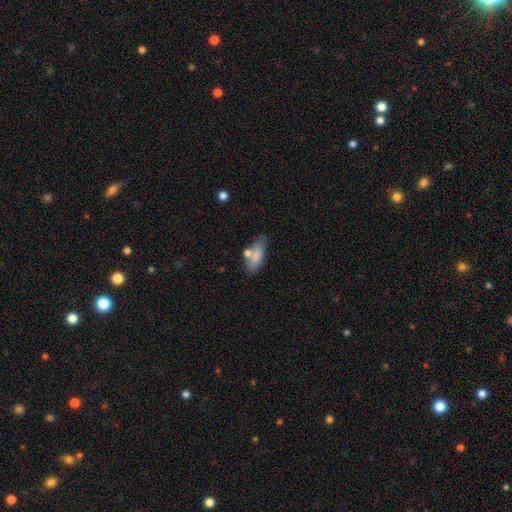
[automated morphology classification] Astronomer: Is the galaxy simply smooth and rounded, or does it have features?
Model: smooth — 76%.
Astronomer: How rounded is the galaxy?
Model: in between — 75%.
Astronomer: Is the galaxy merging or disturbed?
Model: none — 57%.